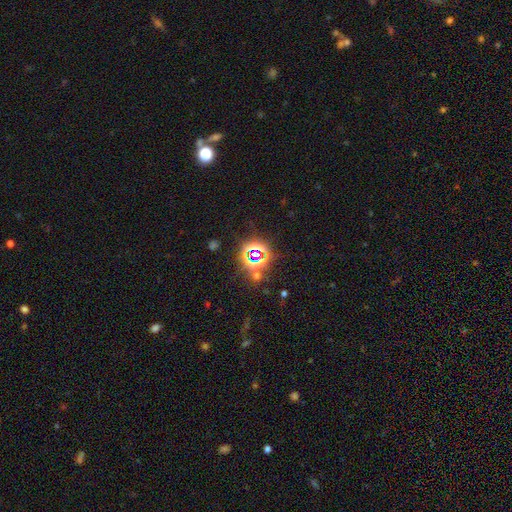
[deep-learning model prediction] star or artifact 74%, smooth 17%, featured or disk 9%.